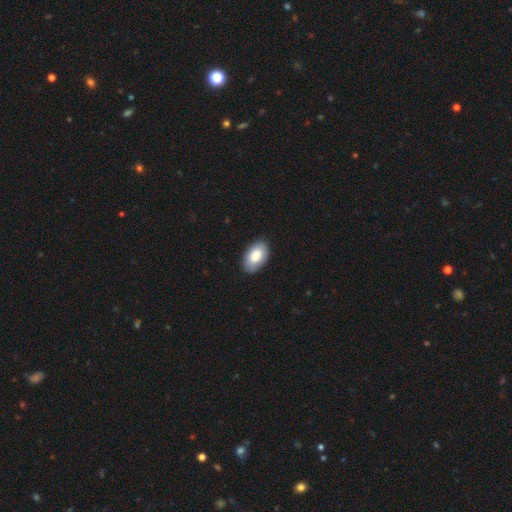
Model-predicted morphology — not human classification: Smooth or featured: smooth — 85% (featured or disk — 10%)
How rounded: in between — 94% (round — 5%)
Merging: none — 87% (minor disturbance — 10%)